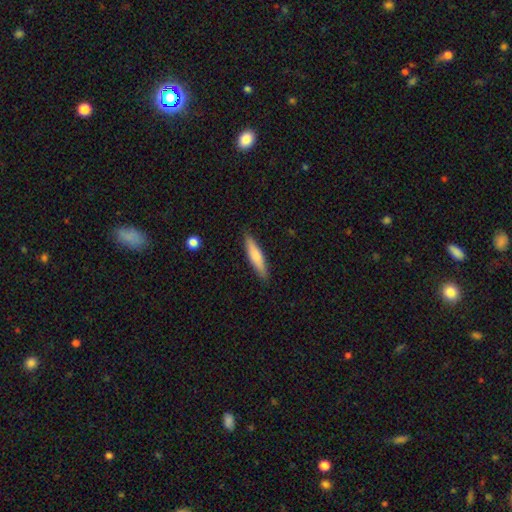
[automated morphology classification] A smooth galaxy with no disk features (68%) that is cigar-shaped (83%).

Vote fractions:
- Smooth or featured? smooth: 68% / featured or disk: 26% / star or artifact: 5%
- How rounded? cigar-shaped: 83% / in between: 15% / round: 2%
- Merging? none: 89% / minor disturbance: 8% / major disturbance: 2% / merger: 1%